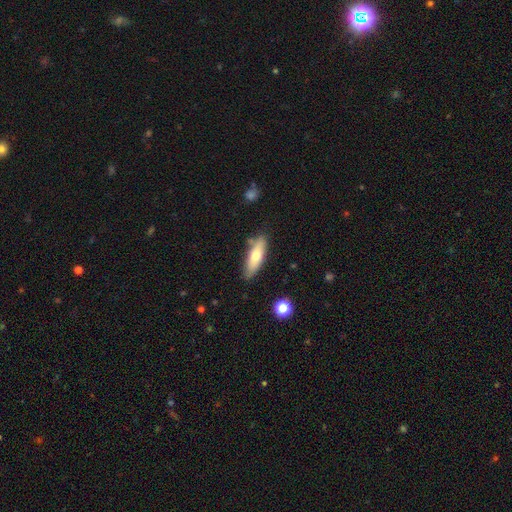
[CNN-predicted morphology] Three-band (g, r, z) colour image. It shows a smooth galaxy with no disk features (66%) that is in between round and cigar-shaped (52%). Merging: none (79%).